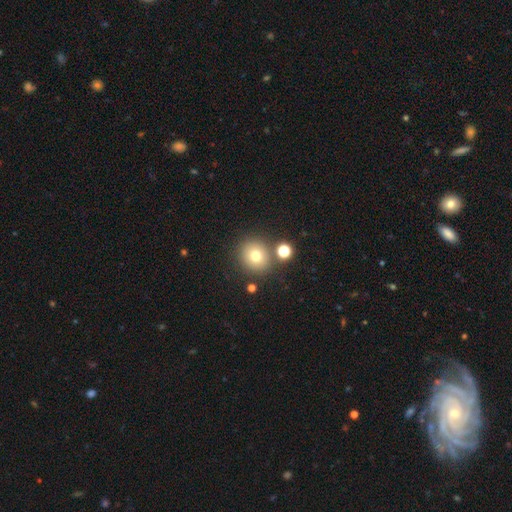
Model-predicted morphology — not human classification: A smooth galaxy with no disk features (74%) that is round (87%). Merging: none (80%).